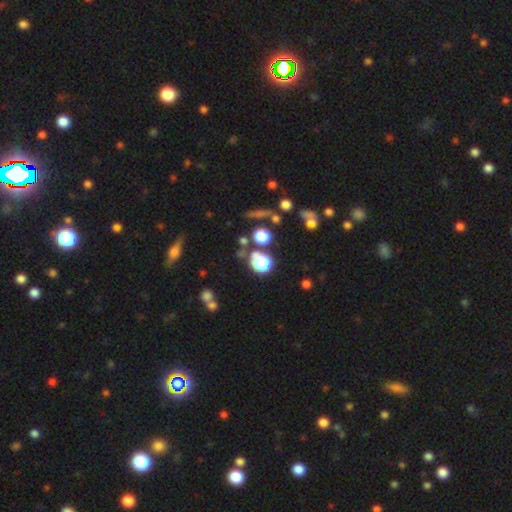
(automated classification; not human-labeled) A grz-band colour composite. It shows a smooth galaxy with no disk features (61%) that is round (84%). Merging: none (65%).